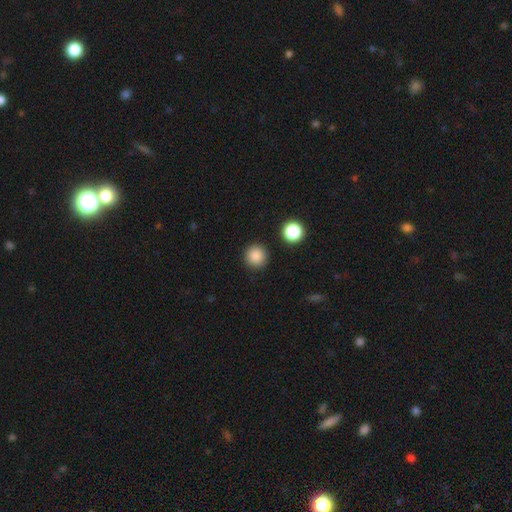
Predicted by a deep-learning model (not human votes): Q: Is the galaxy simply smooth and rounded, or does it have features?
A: smooth — 86%.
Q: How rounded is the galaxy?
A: round — 95%.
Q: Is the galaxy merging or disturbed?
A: none — 90%.